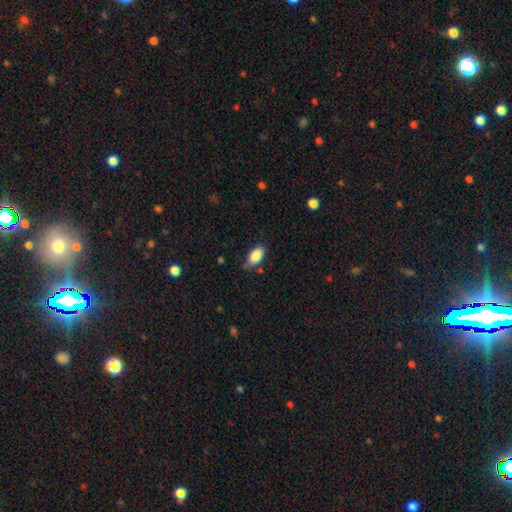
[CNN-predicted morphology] type=smooth (86%); roundness=in between (92%); merging=none (67%).